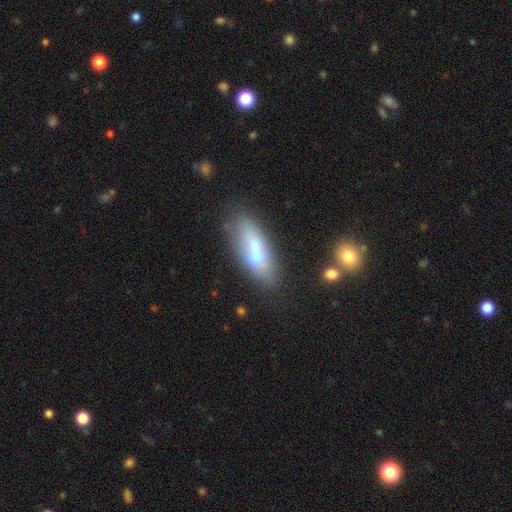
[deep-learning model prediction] Smooth or featured? Predicted: smooth (p=0.56). How rounded? Predicted: in between (p=0.62). Merging? Predicted: none (p=0.56).